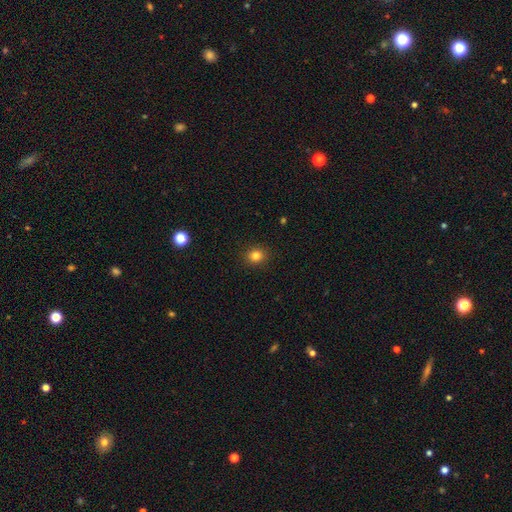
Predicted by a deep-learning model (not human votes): Smooth or featured? Predicted: smooth (p=0.83). How rounded? Predicted: round (p=0.80). Merging? Predicted: none (p=0.91).